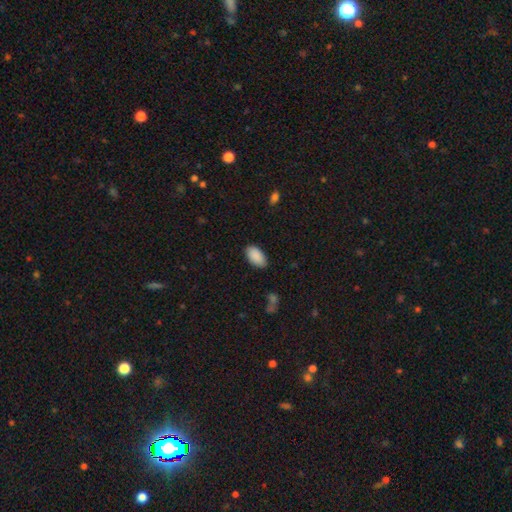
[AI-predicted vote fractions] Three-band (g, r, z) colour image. It shows a smooth galaxy with no disk features (90%) that is in between round and cigar-shaped (95%). Merging: none (85%).